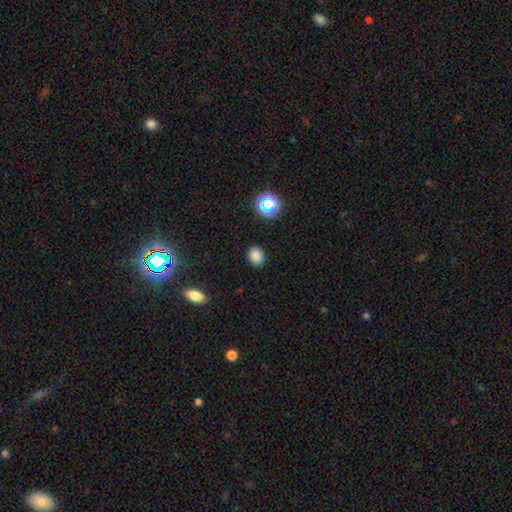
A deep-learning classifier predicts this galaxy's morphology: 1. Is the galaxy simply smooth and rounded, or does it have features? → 81% smooth, 15% star or artifact, 5% featured or disk.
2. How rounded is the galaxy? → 63% in between, 36% round, 1% cigar-shaped.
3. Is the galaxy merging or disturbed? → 88% none, 8% minor disturbance, 2% major disturbance, 1% merger.